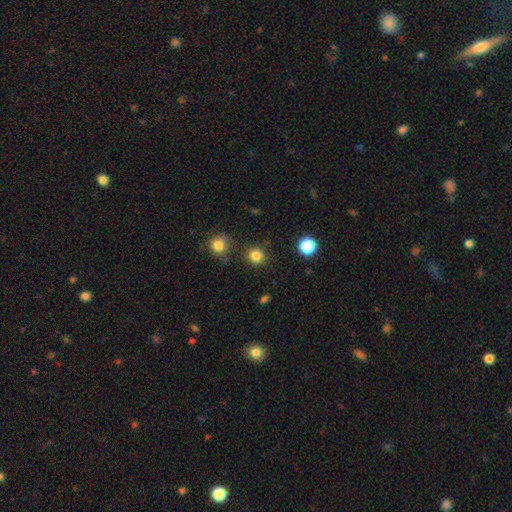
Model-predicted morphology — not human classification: Smooth or featured? Predicted: smooth (p=0.83). How rounded? Predicted: round (p=0.92). Merging? Predicted: none (p=0.86).